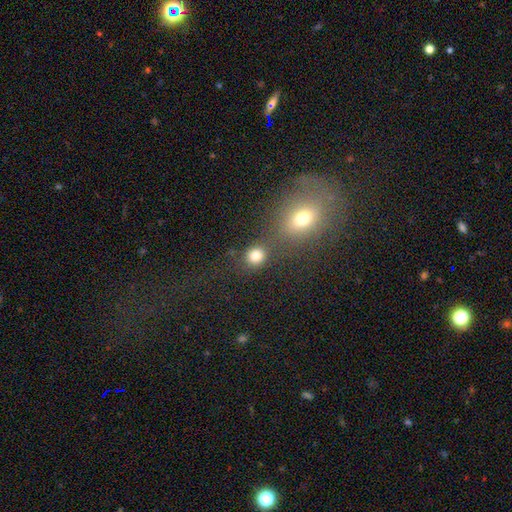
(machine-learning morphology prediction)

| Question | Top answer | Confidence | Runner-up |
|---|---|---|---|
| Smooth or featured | smooth | 80% | star or artifact (14%) |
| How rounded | round | 78% | in between (21%) |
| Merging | none | 70% | merger (17%) |